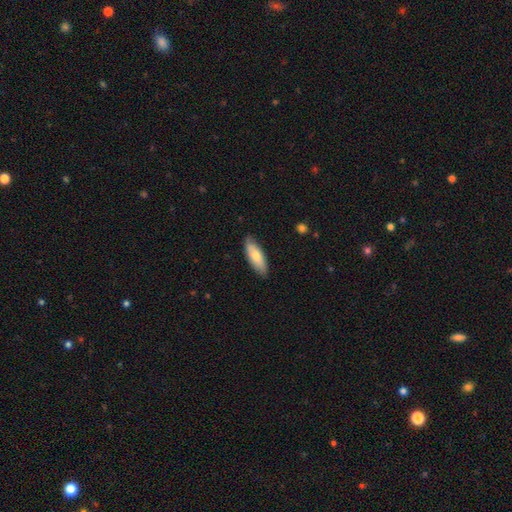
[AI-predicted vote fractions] This appears to be a smooth galaxy with no disk features (73%) that is in between round and cigar-shaped (65%). Merging: none (83%).